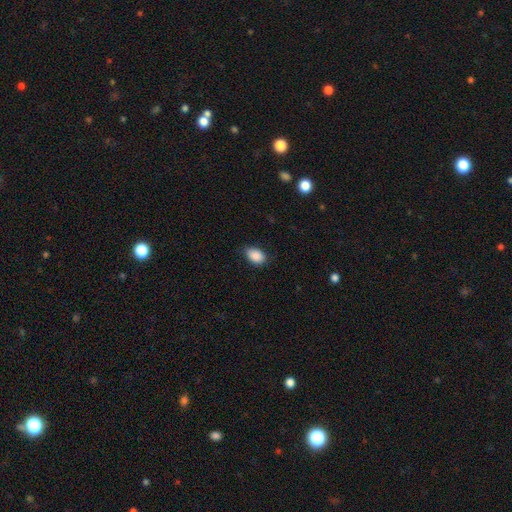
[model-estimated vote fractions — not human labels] This is clearly a smooth galaxy (89%). How rounded: clearly in between (85%). Merging: likely none (75%).